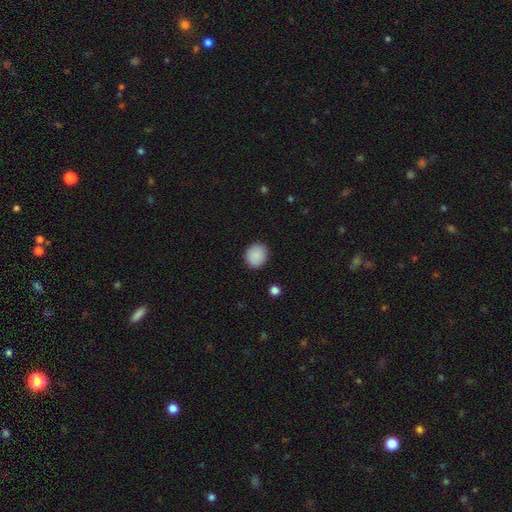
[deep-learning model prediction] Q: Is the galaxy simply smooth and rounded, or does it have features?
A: smooth — 88%.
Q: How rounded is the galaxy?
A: round — 78%.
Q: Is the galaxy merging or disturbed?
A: none — 88%.